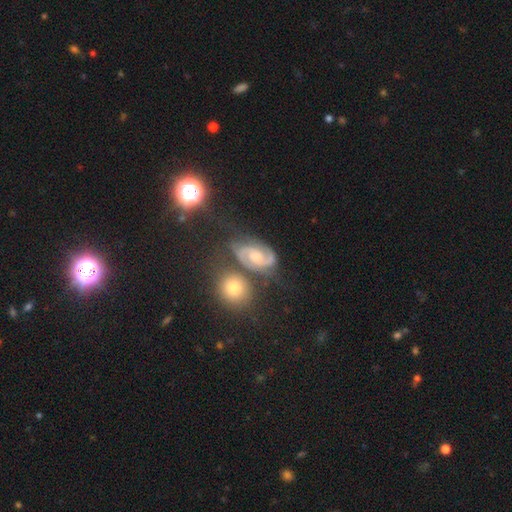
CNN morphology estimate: This appears to be a featured or disk galaxy (81%) with no bar (54%), 2 (90%) medium (51%) spiral arms (96%) and a moderate central bulge (54%). Merging: none (63%).